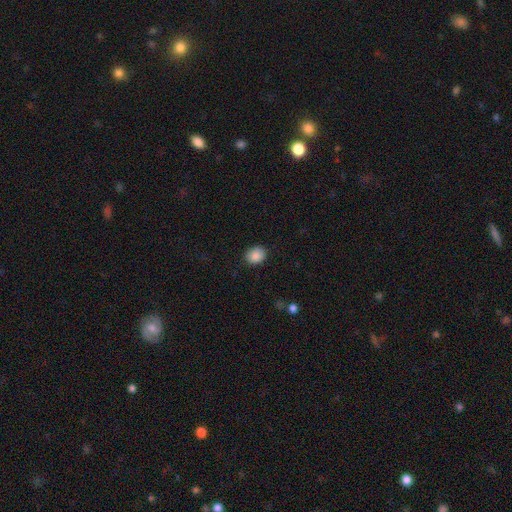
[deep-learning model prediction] Smooth or featured? smooth (88%)
How rounded? round (63%)
Merging? none (87%)